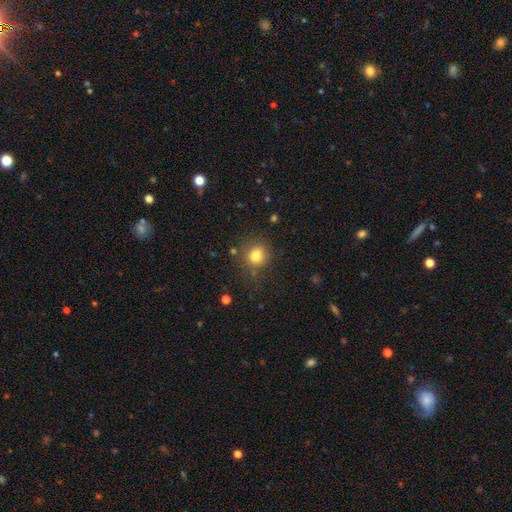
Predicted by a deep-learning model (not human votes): smooth_or_featured: smooth (p=0.81) [alt: star or artifact p=0.12]
how_rounded: round (p=0.81) [alt: in between p=0.18]
merging: none (p=0.77) [alt: minor disturbance p=0.14]